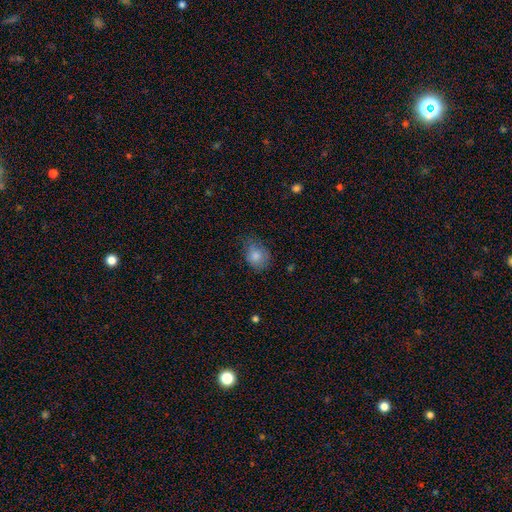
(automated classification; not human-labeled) smooth-or-featured: smooth: 82% | featured or disk: 10% | star or artifact: 8%
  how-rounded: in between: 54% | round: 45% | cigar-shaped: 1%
  merging: none: 58% | minor disturbance: 31% | major disturbance: 10% | merger: 1%